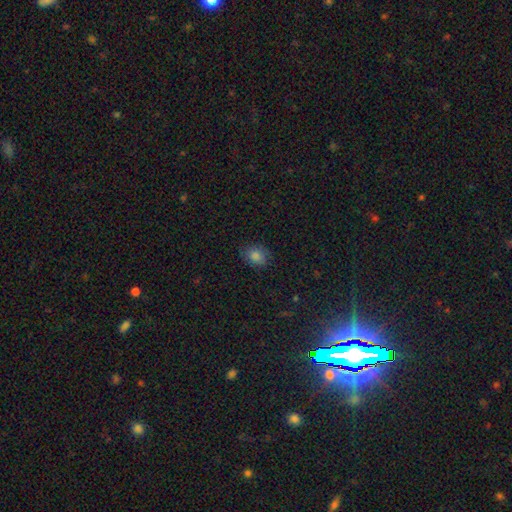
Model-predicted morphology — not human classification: Q: Smooth or featured?
A: smooth (81%); runner-up: star or artifact (13%)
Q: How rounded?
A: round (50%); runner-up: in between (49%)
Q: Merging?
A: none (82%); runner-up: minor disturbance (14%)